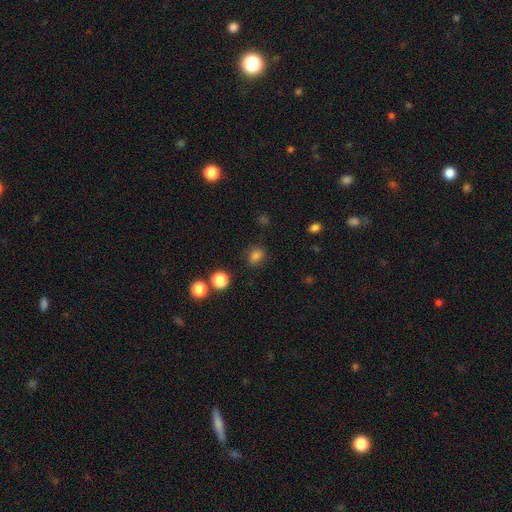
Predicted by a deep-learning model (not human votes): Smooth or featured?
  - smooth: 80% *
  - star or artifact: 15%
  - featured or disk: 5%
How rounded?
  - in between: 60% *
  - round: 38%
  - cigar-shaped: 1%
Merging?
  - none: 79% *
  - minor disturbance: 14%
  - major disturbance: 5%
  - merger: 3%